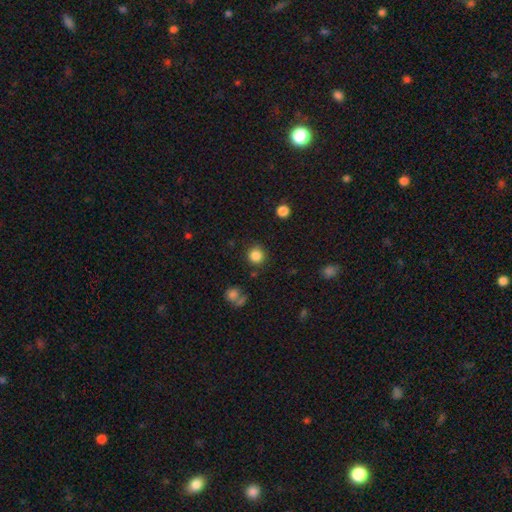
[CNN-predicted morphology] A smooth galaxy with no disk features (85%) that is round (94%).

Vote fractions:
- Smooth or featured? smooth: 85% / star or artifact: 11% / featured or disk: 4%
- How rounded? round: 94% / in between: 5% / cigar-shaped: 1%
- Merging? none: 88% / minor disturbance: 7% / major disturbance: 3% / merger: 3%